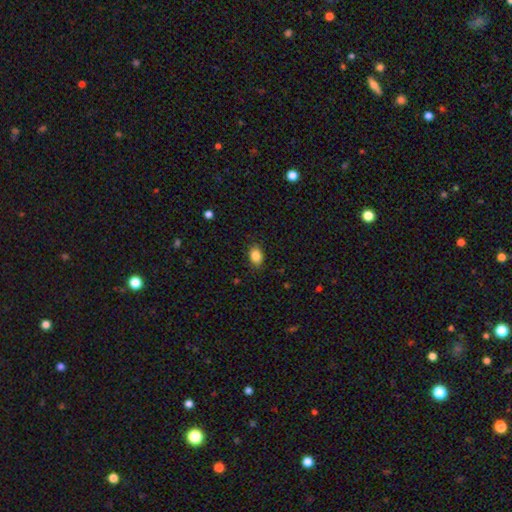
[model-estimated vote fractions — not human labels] Q: Smooth or featured?
A: smooth (86%); runner-up: star or artifact (9%)
Q: How rounded?
A: in between (80%); runner-up: round (18%)
Q: Merging?
A: none (86%); runner-up: minor disturbance (10%)